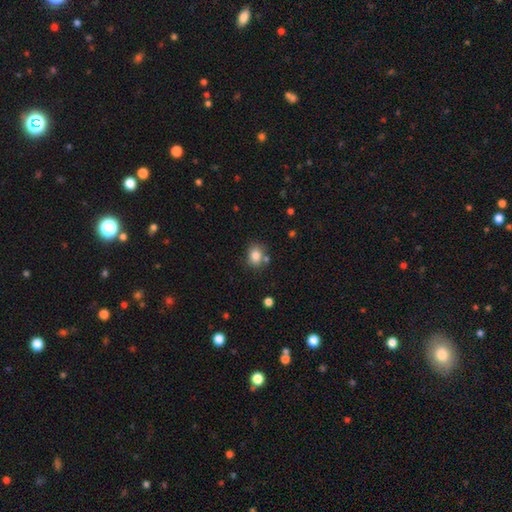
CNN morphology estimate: smooth-or-featured: smooth: 83% | star or artifact: 10% | featured or disk: 7%
  how-rounded: in between: 52% | round: 47% | cigar-shaped: 1%
  merging: none: 69% | minor disturbance: 14% | merger: 13% | major disturbance: 4%